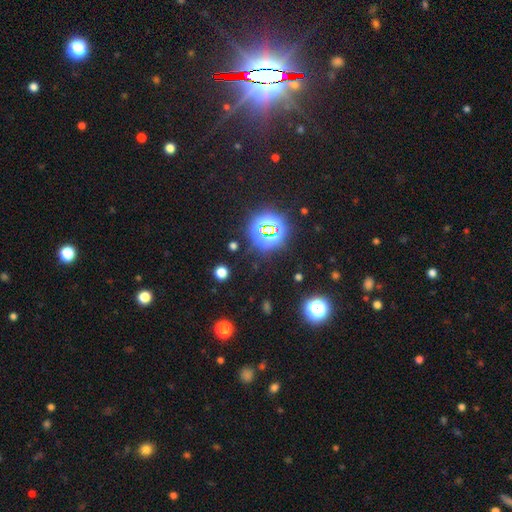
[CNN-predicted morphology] star or artifact 84%, smooth 9%, featured or disk 7%.